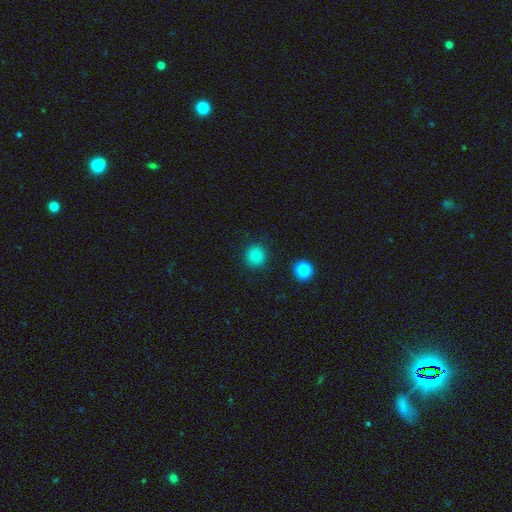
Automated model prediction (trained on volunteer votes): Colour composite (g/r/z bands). It shows a smooth galaxy with no disk features (85%) that is round (91%). Merging: none (90%).